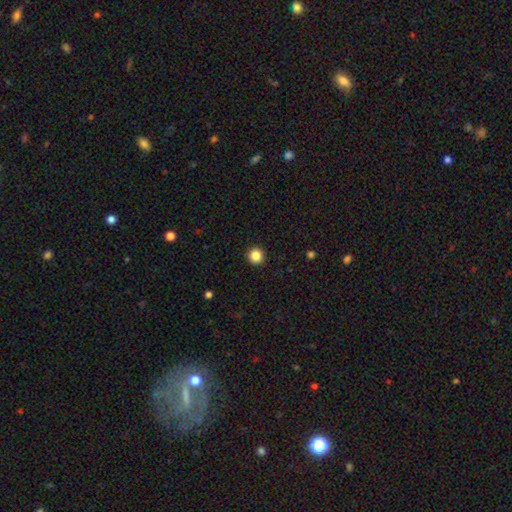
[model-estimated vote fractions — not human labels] The model was most divided on "smooth or featured": smooth: 86%, star or artifact: 10%, featured or disk: 3%. More confident: how rounded — round (95%); merging — none (94%).